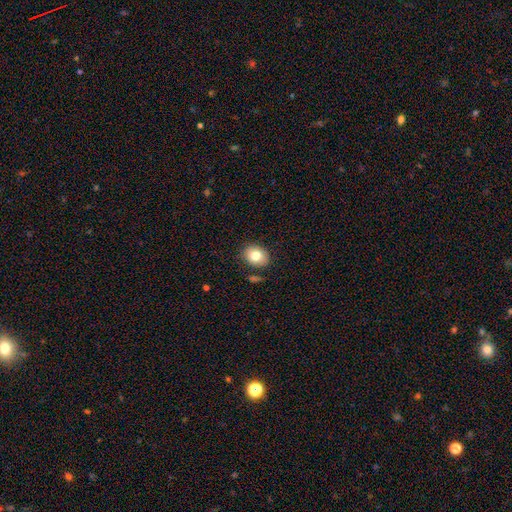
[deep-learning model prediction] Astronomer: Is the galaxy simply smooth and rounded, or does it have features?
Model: smooth — 79%.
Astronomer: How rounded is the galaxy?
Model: in between — 52% (runner-up: round, 47%).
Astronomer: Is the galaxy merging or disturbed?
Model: none — 83%.